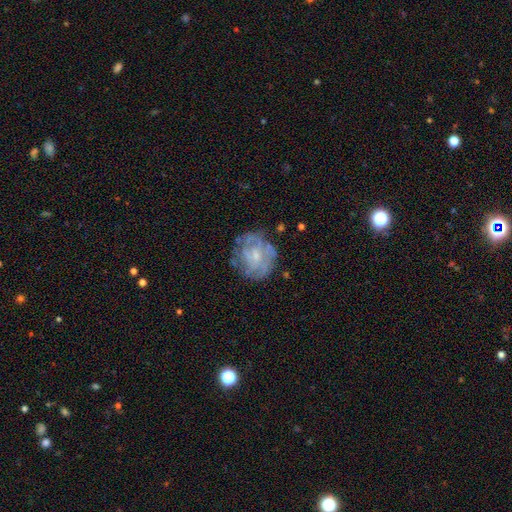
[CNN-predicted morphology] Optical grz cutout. It shows a featured or disk galaxy (70%) with no bar (66%), tight (59%) spiral arms (73%) and a small central bulge (57%). Merging: none (69%).